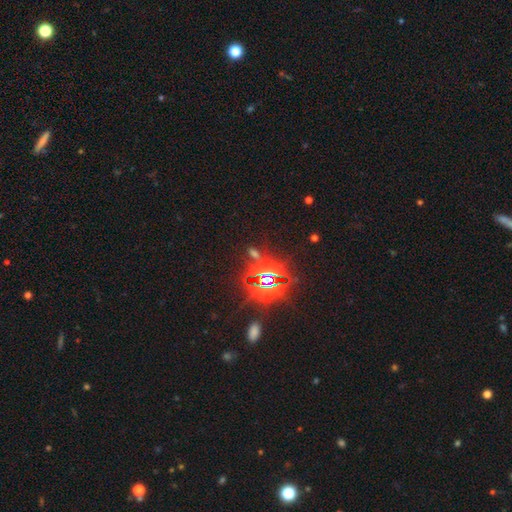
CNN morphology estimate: The model was most divided on "smooth or featured": star or artifact: 83%, smooth: 10%, featured or disk: 8%.